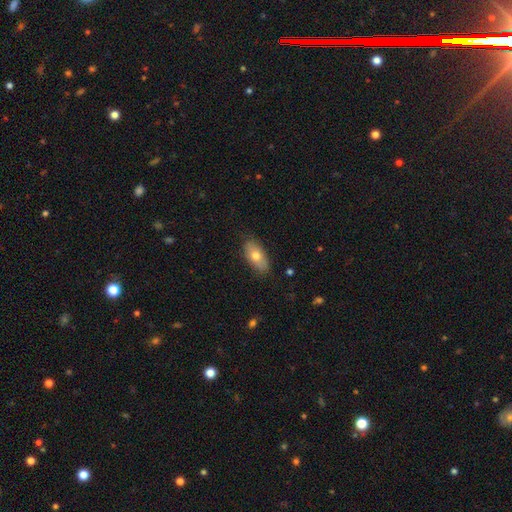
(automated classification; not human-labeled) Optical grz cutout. It shows a smooth galaxy with no disk features (71%) that is in between round and cigar-shaped (90%). Merging: none (83%).